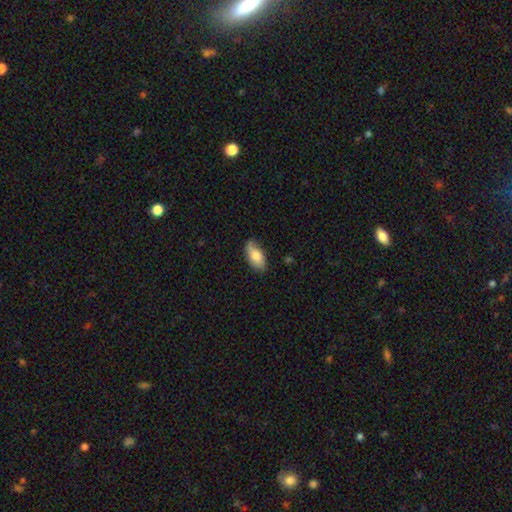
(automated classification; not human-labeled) The model was most divided on "merging": none: 75%, minor disturbance: 21%, major disturbance: 4%, merger: 1%. More confident: how rounded — in between (92%); smooth or featured — smooth (77%).